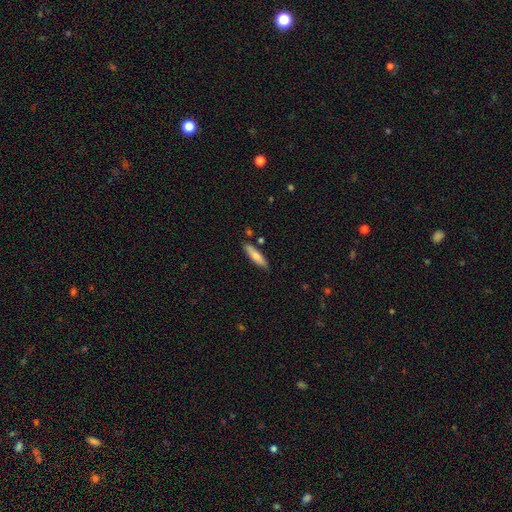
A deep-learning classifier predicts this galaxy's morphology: Smooth or featured? Predicted: smooth (p=0.77). How rounded? Predicted: cigar-shaped (p=0.71). Merging? Predicted: none (p=0.84).